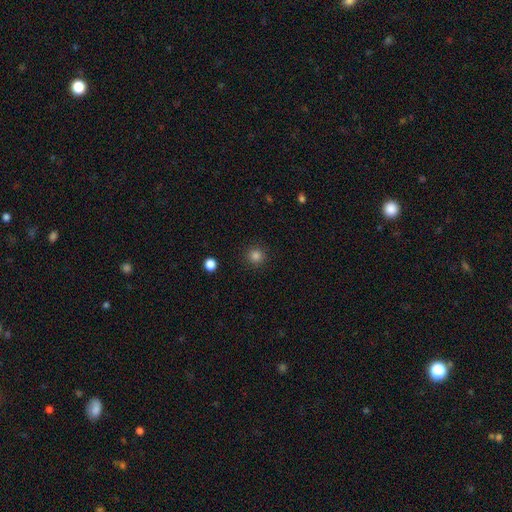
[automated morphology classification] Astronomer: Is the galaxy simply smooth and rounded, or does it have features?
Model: smooth — 83%.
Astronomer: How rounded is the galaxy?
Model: round — 94%.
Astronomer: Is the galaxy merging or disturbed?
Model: none — 91%.